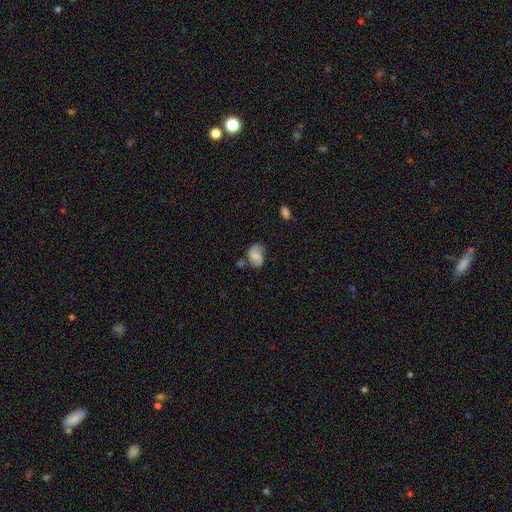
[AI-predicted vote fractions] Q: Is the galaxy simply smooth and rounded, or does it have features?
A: featured or disk — 50%.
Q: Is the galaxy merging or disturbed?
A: none — 59%.